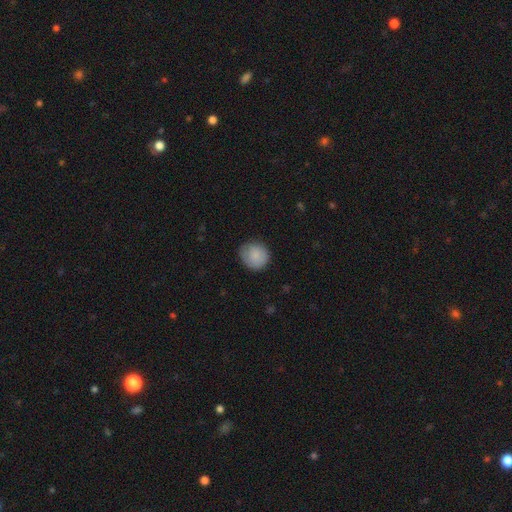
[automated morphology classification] smooth_or_featured: smooth (p=0.86) [alt: star or artifact p=0.07]
how_rounded: round (p=0.84) [alt: in between p=0.15]
merging: none (p=0.78) [alt: minor disturbance p=0.18]